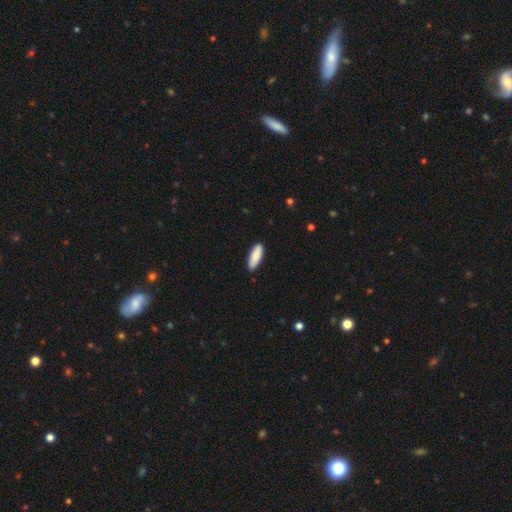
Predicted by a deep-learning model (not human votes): Smooth or featured? Predicted: smooth (p=0.86). How rounded? Predicted: in between (p=0.57). Merging? Predicted: none (p=0.87).